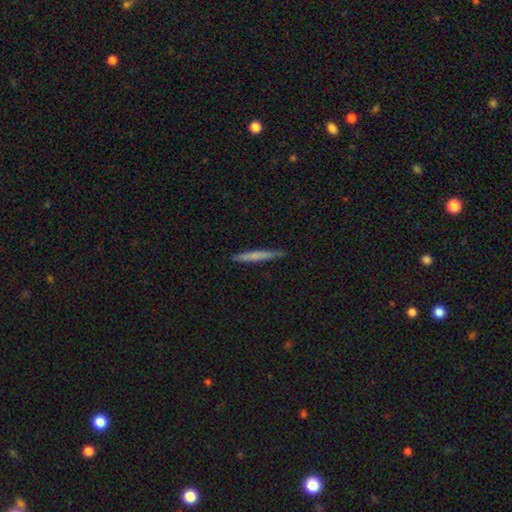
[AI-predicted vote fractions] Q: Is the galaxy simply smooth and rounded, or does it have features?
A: smooth — 63%.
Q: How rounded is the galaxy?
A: cigar-shaped — 96%.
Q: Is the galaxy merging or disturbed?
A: none — 88%.